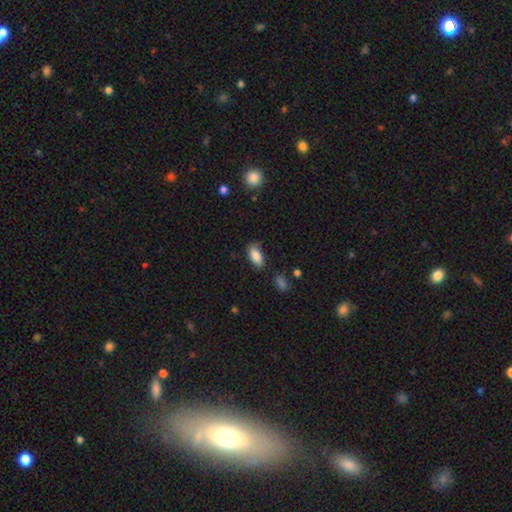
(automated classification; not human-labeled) Smooth or featured: smooth — 84% (featured or disk — 9%)
How rounded: in between — 90% (cigar-shaped — 7%)
Merging: none — 68% (minor disturbance — 24%)